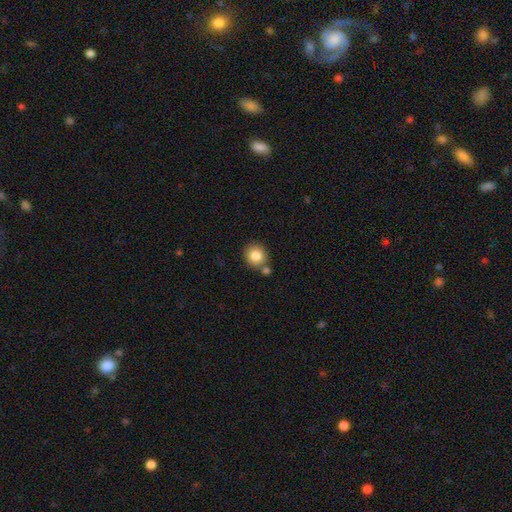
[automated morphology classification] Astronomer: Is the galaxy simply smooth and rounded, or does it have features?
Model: smooth — 84%.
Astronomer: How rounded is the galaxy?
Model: round — 88%.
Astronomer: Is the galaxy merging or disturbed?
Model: none — 70%.